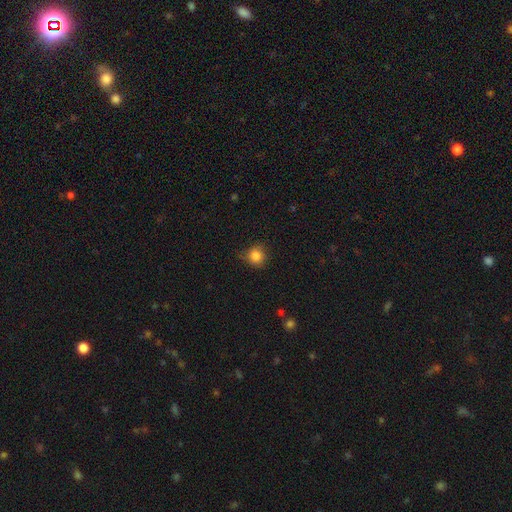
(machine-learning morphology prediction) Smooth or featured? smooth (84%)
How rounded? round (90%)
Merging? none (72%)